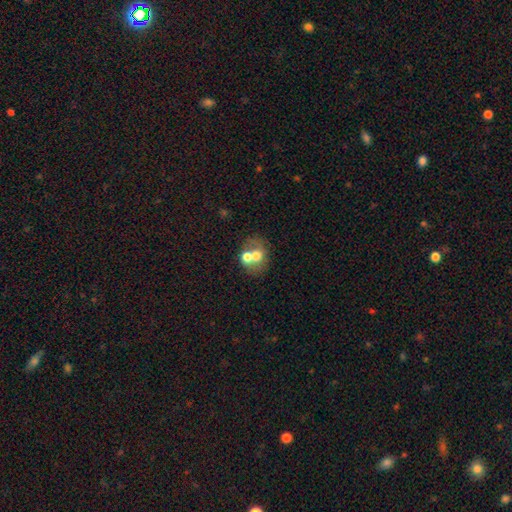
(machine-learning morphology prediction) smooth 60%, featured or disk 29%, star or artifact 10%. Down the decision tree: how rounded — round (59%); merging — merger (53%).